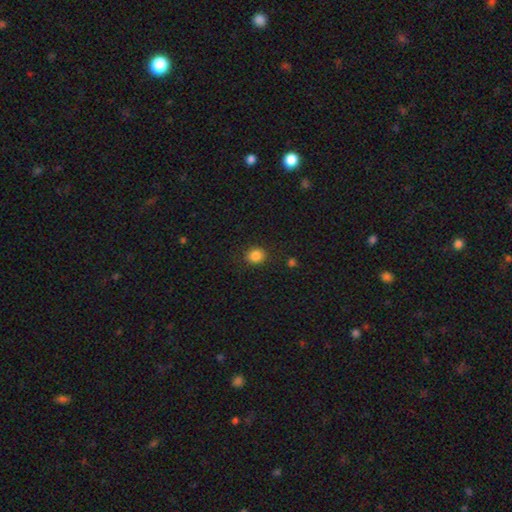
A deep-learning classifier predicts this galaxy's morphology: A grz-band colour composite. It shows a smooth galaxy with no disk features (85%) that is round (78%). Merging: none (88%).